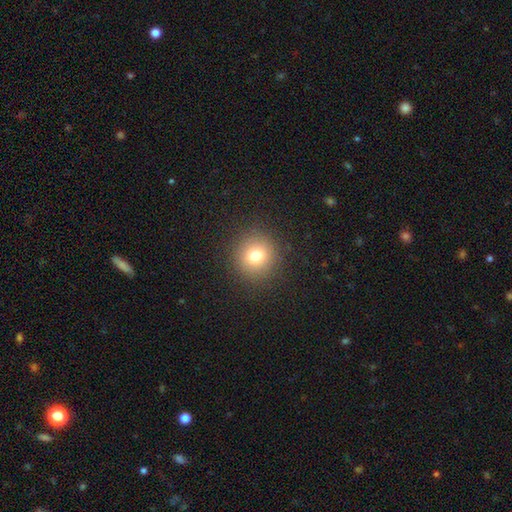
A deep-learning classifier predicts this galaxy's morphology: This appears to be a smooth galaxy with no disk features (76%) that is round (93%). Merging: none (90%).